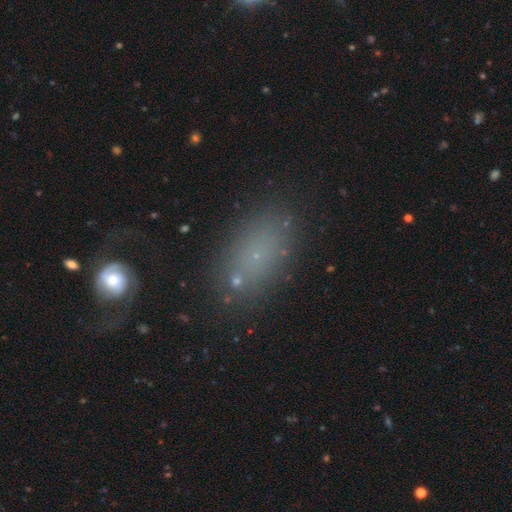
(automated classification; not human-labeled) smooth-or-featured: smooth: 64% | star or artifact: 21% | featured or disk: 15%
  how-rounded: in between: 85% | round: 8% | cigar-shaped: 6%
  merging: none: 74% | minor disturbance: 14% | major disturbance: 6% | merger: 6%